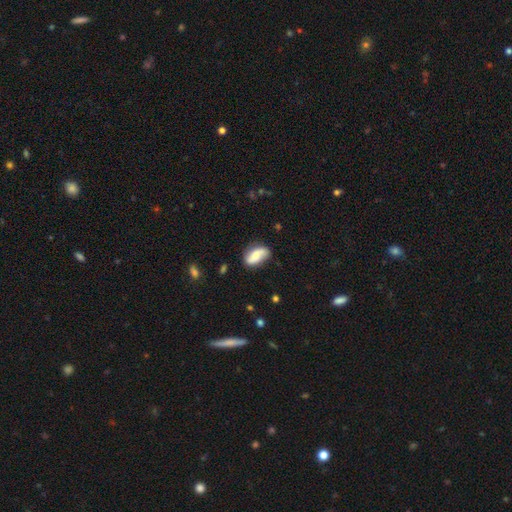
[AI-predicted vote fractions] smooth 60%, featured or disk 32%, star or artifact 8%. Down the decision tree: how rounded — in between (89%); merging — none (65%).